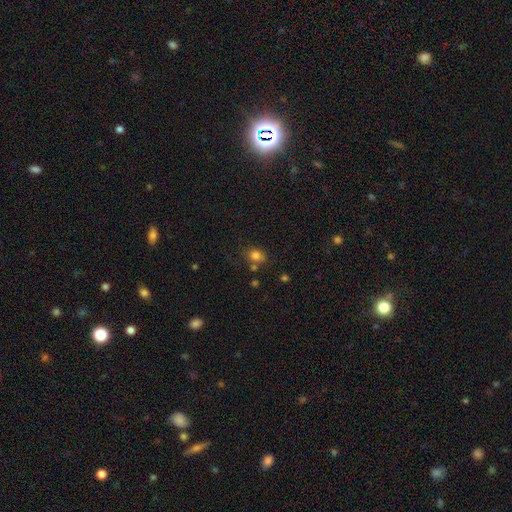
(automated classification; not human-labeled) Smooth or featured? smooth (79%)
How rounded? in between (50%)
Merging? none (61%)